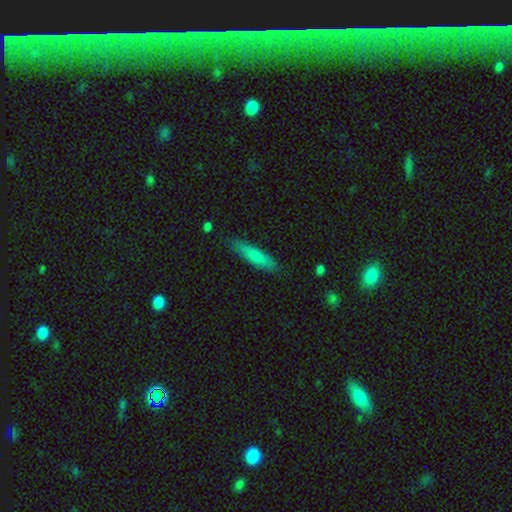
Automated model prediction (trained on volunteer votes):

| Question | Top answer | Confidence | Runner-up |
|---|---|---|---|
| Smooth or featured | smooth | 75% | featured or disk (19%) |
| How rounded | cigar-shaped | 78% | in between (20%) |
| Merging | none | 82% | minor disturbance (13%) |